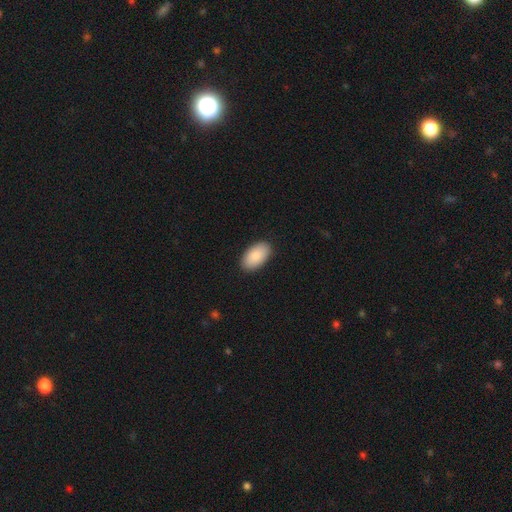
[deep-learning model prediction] smooth 88%, featured or disk 7%, star or artifact 6%. Down the decision tree: how rounded — in between (96%); merging — none (89%).